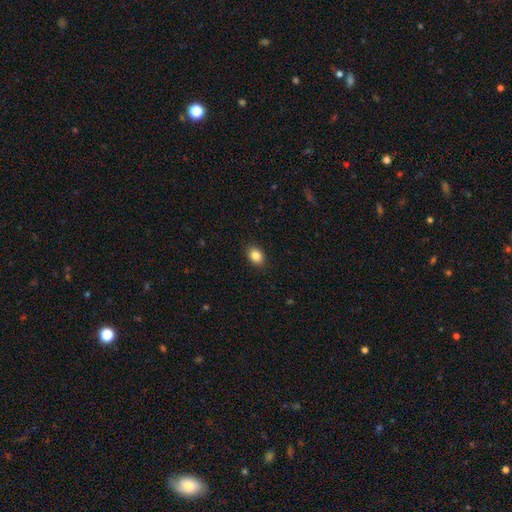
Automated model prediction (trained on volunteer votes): smooth 85%, star or artifact 9%, featured or disk 6%. Down the decision tree: how rounded — in between (70%); merging — none (89%).